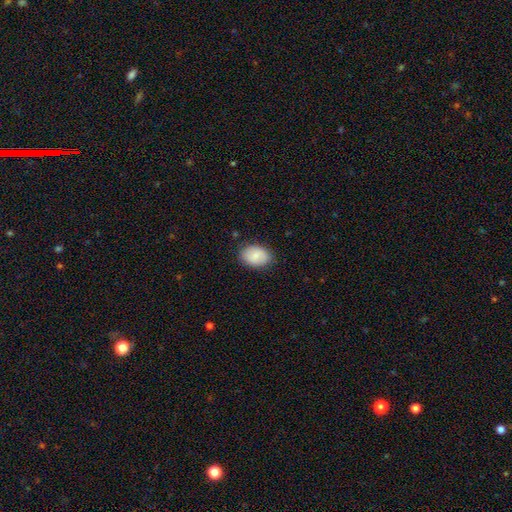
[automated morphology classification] Smooth or featured: smooth — 82% (featured or disk — 11%)
How rounded: in between — 81% (round — 18%)
Merging: none — 84% (minor disturbance — 12%)